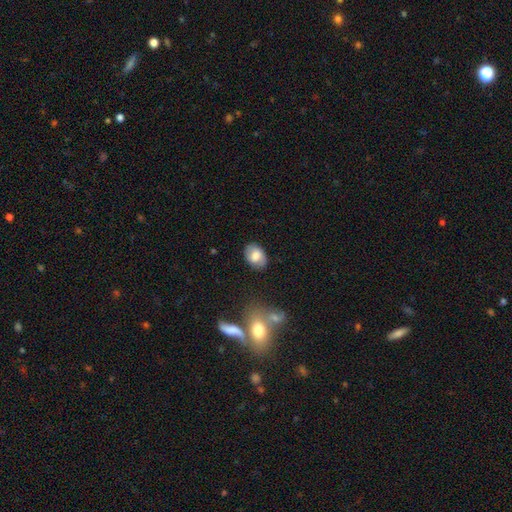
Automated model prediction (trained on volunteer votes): Smooth or featured? Predicted: smooth (p=0.70). How rounded? Predicted: in between (p=0.81). Merging? Predicted: none (p=0.83).